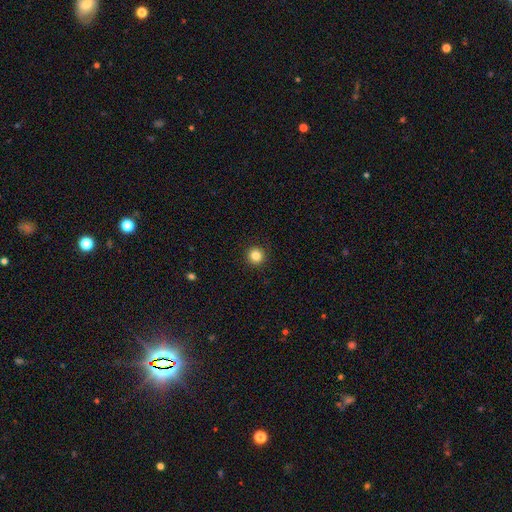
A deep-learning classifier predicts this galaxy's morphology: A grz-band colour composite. It shows a smooth galaxy with no disk features (84%) that is round (95%). Merging: none (92%).